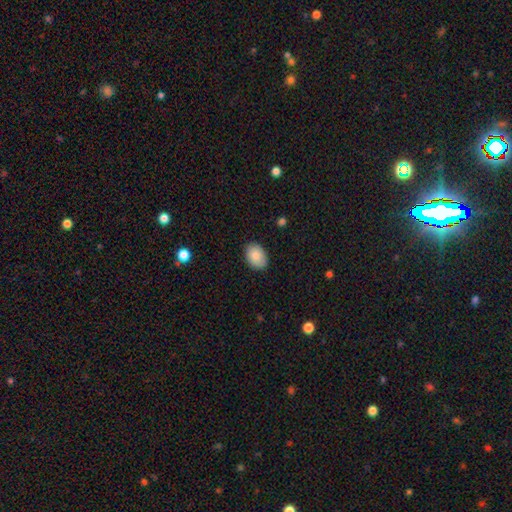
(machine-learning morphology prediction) A smooth galaxy with no disk features (86%) that is in between round and cigar-shaped (81%). Merging: none (86%).